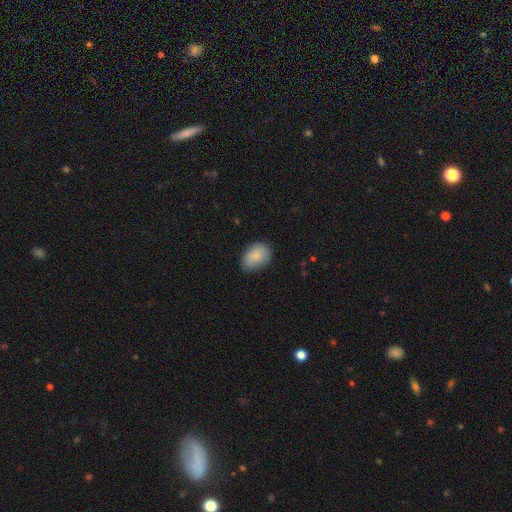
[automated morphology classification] Smooth or featured? smooth (86%)
How rounded? in between (76%)
Merging? none (77%)